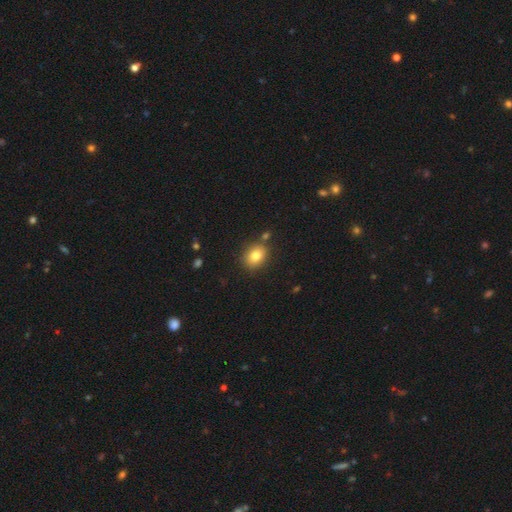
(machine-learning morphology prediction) A smooth galaxy with no disk features (81%) that is in between round and cigar-shaped (51%).

Vote fractions:
- Smooth or featured? smooth: 81% / star or artifact: 10% / featured or disk: 9%
- How rounded? in between: 51% / round: 48% / cigar-shaped: 1%
- Merging? none: 81% / minor disturbance: 11% / merger: 6% / major disturbance: 3%